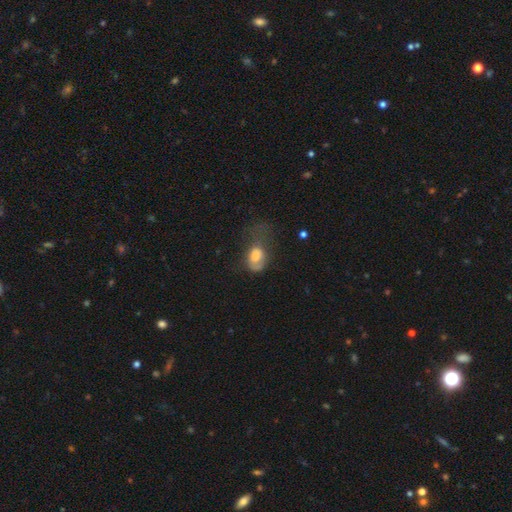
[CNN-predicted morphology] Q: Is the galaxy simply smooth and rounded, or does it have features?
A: smooth — 67%.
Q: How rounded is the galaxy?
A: in between — 76%.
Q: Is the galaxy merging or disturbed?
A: major disturbance — 54%.